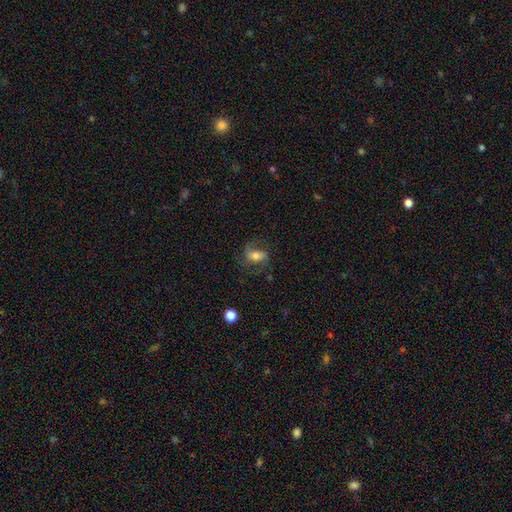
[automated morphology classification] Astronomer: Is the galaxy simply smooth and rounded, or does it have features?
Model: featured or disk — 56% (runner-up: smooth, 34%).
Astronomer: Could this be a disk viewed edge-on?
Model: no — 95%.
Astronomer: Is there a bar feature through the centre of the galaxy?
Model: weak — 38% (runner-up: no, 33%).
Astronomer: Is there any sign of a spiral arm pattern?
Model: yes — 86%.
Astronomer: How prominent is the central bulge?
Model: moderate — 55%.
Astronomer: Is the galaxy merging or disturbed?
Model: none — 64%.